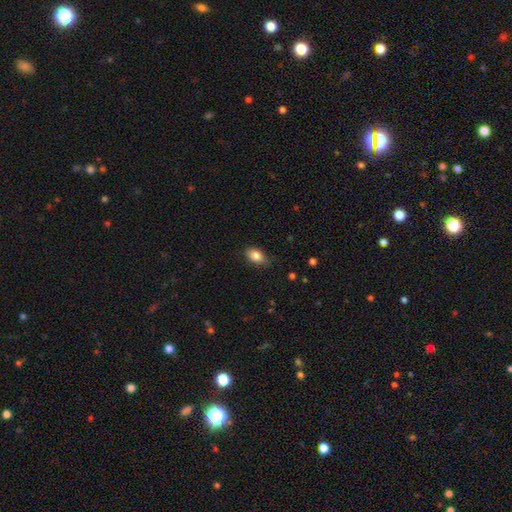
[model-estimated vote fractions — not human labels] Smooth or featured? smooth (84%)
How rounded? in between (88%)
Merging? none (81%)